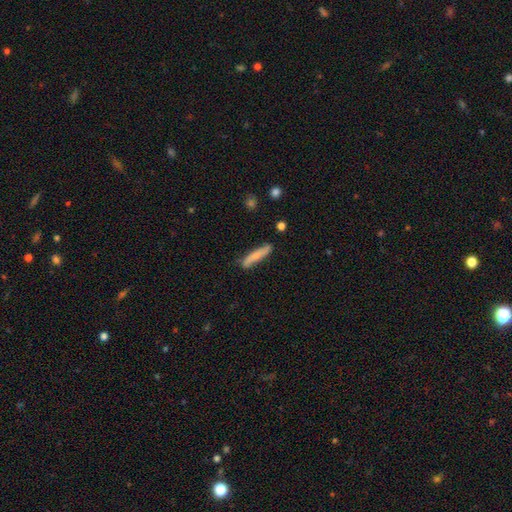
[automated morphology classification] Smooth or featured: smooth — 64% (featured or disk — 30%)
How rounded: cigar-shaped — 88% (in between — 10%)
Merging: none — 78% (minor disturbance — 17%)